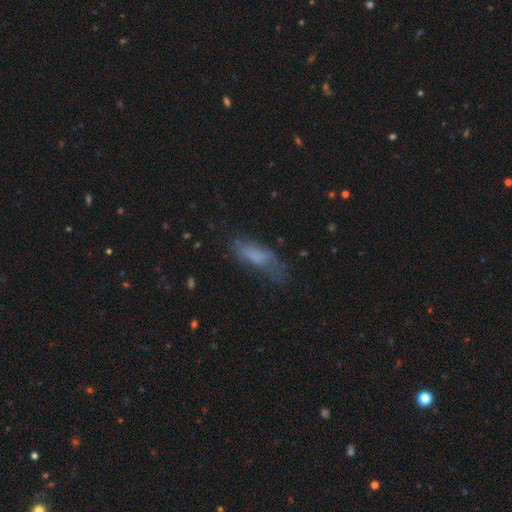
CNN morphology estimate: Smooth or featured? smooth (65%)
How rounded? in between (59%)
Merging? none (45%)